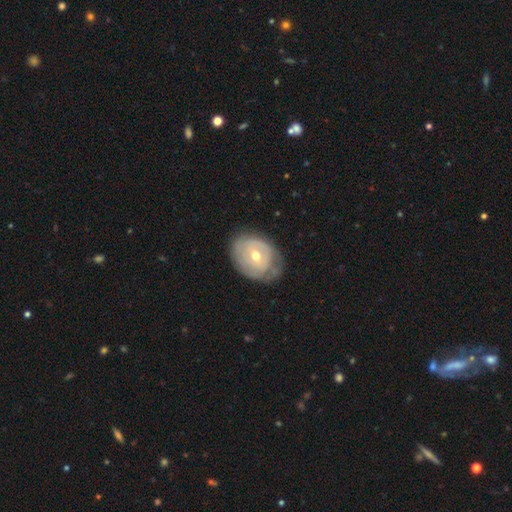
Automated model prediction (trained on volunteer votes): Overall: featured or disk (62%; smooth 32%). Edge-on disk: no (95%). Bar: no (70%). Spiral arms: yes (55%; no 45%). Bulge size: moderate (62%; small 34%). Merging: none (58%; minor disturbance 30%).